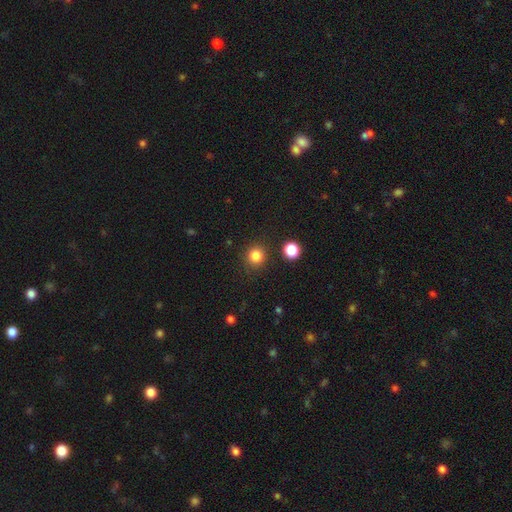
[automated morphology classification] smooth-or-featured: smooth: 83% | star or artifact: 12% | featured or disk: 4%
  how-rounded: round: 90% | in between: 9% | cigar-shaped: 1%
  merging: none: 88% | minor disturbance: 7% | merger: 3% | major disturbance: 3%